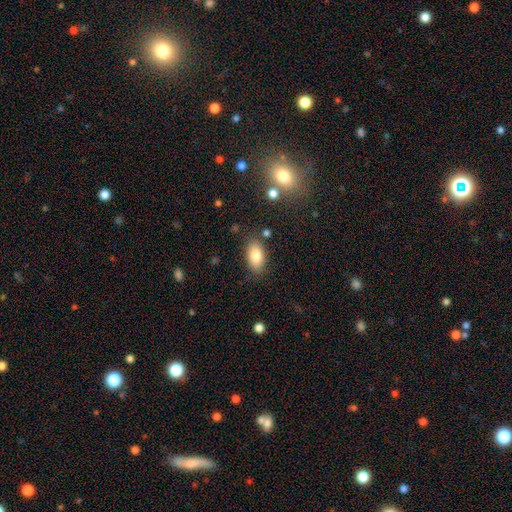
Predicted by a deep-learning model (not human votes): This is clearly a smooth galaxy (82%). How rounded: clearly in between (92%). Merging: clearly none (82%).